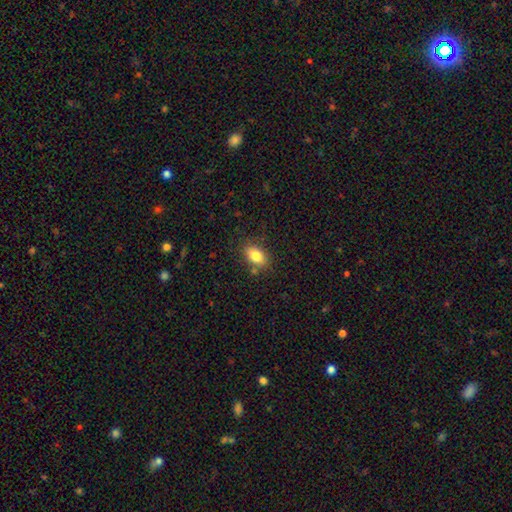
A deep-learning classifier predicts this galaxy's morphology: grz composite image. It shows a smooth galaxy with no disk features (81%) that is in between round and cigar-shaped (87%). Merging: none (80%).